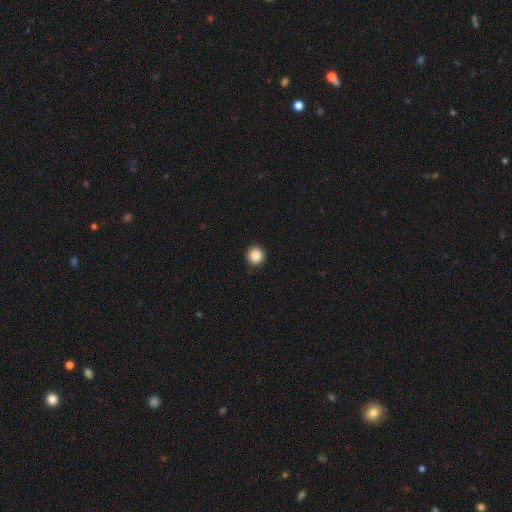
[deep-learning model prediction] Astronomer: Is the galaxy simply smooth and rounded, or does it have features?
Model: smooth — 87%.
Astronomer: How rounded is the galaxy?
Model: round — 96%.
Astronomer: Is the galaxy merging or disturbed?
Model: none — 93%.